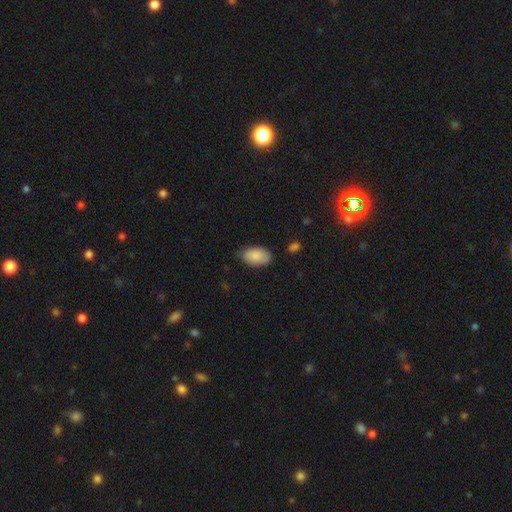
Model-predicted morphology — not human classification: Q: Smooth or featured?
A: smooth (87%); runner-up: star or artifact (7%)
Q: How rounded?
A: in between (94%); runner-up: round (5%)
Q: Merging?
A: none (76%); runner-up: minor disturbance (20%)